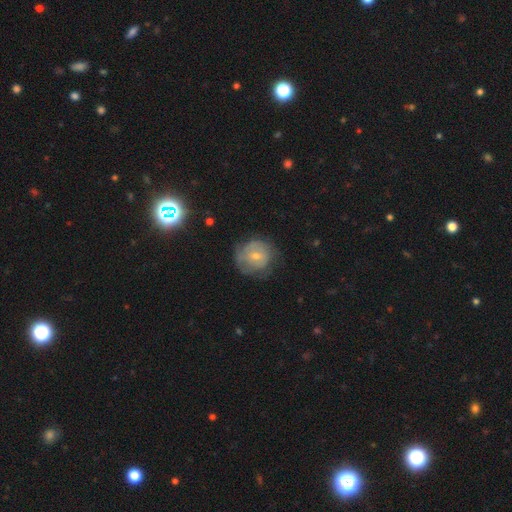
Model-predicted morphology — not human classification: Smooth or featured?
  - smooth: 47% *
  - featured or disk: 45%
  - star or artifact: 8%
Merging?
  - none: 58% *
  - minor disturbance: 27%
  - major disturbance: 13%
  - merger: 2%